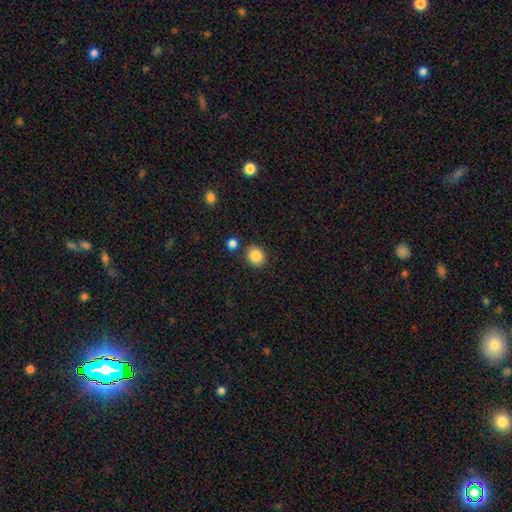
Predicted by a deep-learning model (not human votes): Smooth or featured? smooth (86%)
How rounded? round (74%)
Merging? none (84%)